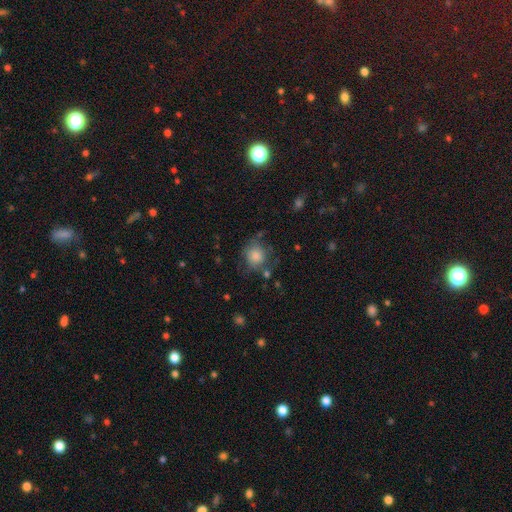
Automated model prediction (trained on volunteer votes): Smooth or featured? smooth (75%)
How rounded? round (81%)
Merging? none (59%)